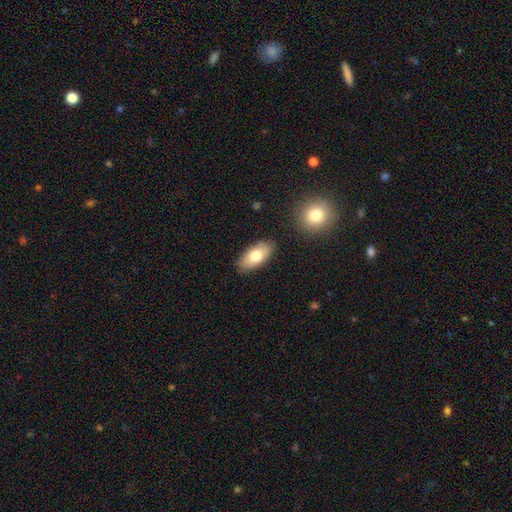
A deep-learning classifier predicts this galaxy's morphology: smooth_or_featured: smooth (p=0.75) [alt: featured or disk p=0.19]
how_rounded: in between (p=0.91) [alt: cigar-shaped p=0.05]
merging: none (p=0.84) [alt: minor disturbance p=0.11]